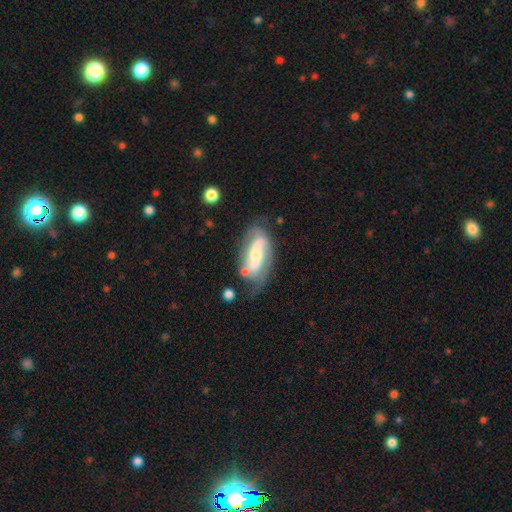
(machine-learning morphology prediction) Q: Smooth or featured?
A: featured or disk (73%); runner-up: smooth (21%)
Q: Edge-on disk?
A: no (92%); runner-up: yes (8%)
Q: Bar?
A: weak (35%); tied with: no (35%)
Q: Spiral arms?
A: yes (87%); runner-up: no (13%)
Q: Spiral winding?
A: medium (42%); runner-up: loose (32%)
Q: Spiral arm count?
A: 2 (80%); runner-up: can't tell (12%)
Q: Bulge size?
A: moderate (50%); runner-up: small (38%)
Q: Merging?
A: none (60%); runner-up: minor disturbance (23%)